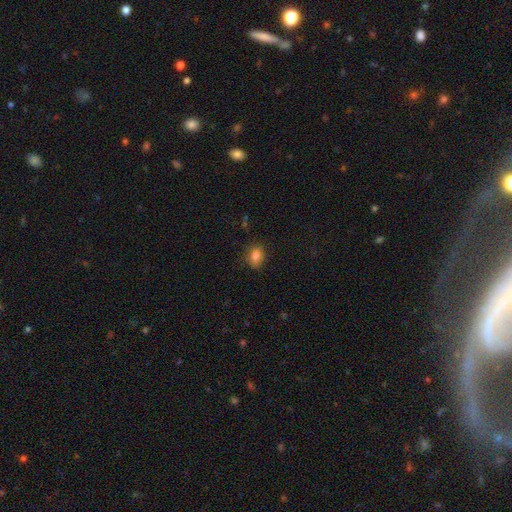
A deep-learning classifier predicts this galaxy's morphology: type=smooth (83%); roundness=in between (67%); merging=none (82%).